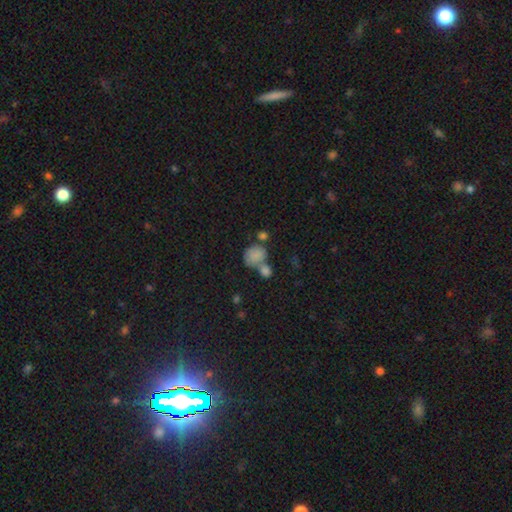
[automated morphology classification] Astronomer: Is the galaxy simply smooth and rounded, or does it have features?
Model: smooth — 79%.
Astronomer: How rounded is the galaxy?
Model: round — 56% (runner-up: in between, 42%).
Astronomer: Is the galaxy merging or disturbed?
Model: merger — 46% (runner-up: none, 32%).